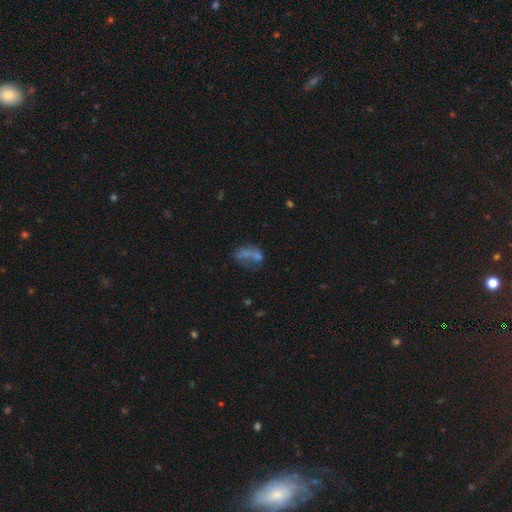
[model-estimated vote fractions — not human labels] Q: Smooth or featured?
A: smooth (48%); runner-up: featured or disk (32%)
Q: Merging?
A: merger (43%); runner-up: none (28%)